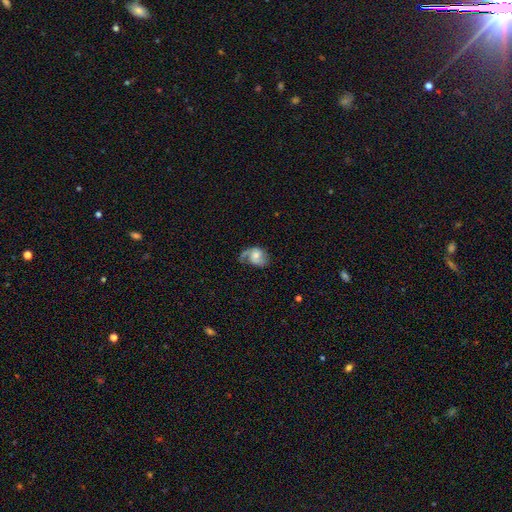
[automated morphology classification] This appears to be a featured or disk galaxy (62%) with no bar (65%), 2 (48%) loose (44%) spiral arms (88%) and a moderate central bulge (42%). Merging: none (38%).